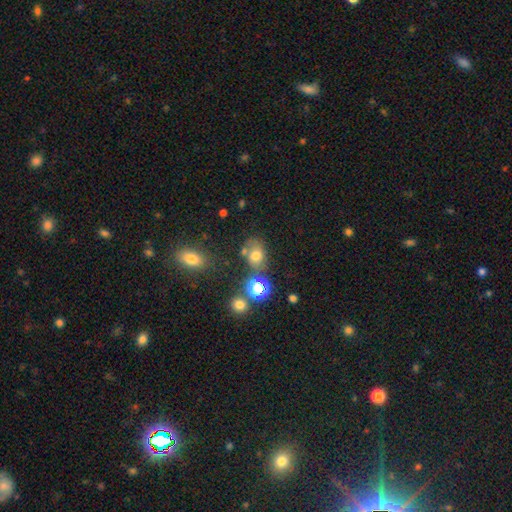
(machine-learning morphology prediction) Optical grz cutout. It shows a smooth galaxy with no disk features (67%) that is in between round and cigar-shaped (60%). Merging: none (55%).